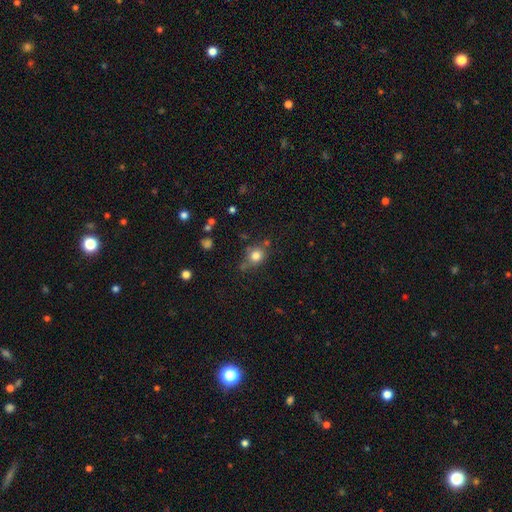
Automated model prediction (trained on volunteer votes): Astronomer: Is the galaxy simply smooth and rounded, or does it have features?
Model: smooth — 79%.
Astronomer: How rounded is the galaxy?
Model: round — 73%.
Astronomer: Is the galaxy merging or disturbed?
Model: none — 64%.